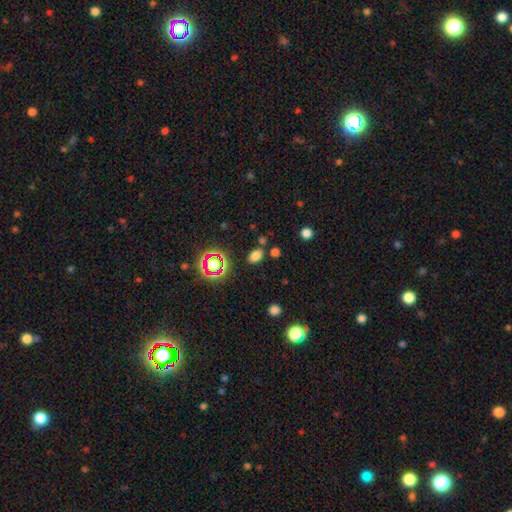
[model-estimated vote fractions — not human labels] Q: Smooth or featured?
A: smooth (73%); runner-up: star or artifact (20%)
Q: How rounded?
A: in between (82%); runner-up: round (16%)
Q: Merging?
A: none (78%); runner-up: minor disturbance (11%)